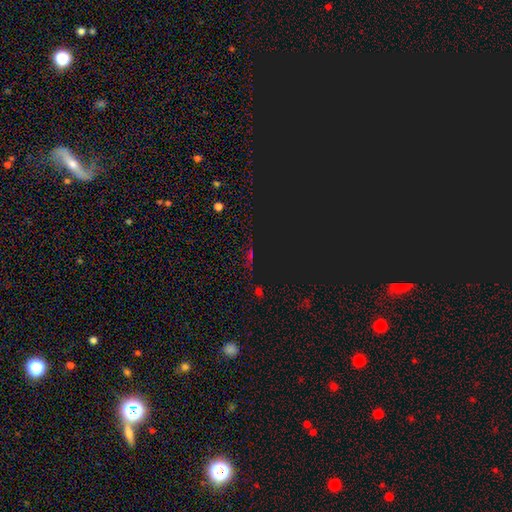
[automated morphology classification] Smooth or featured: star or artifact — 76% (smooth — 15%)